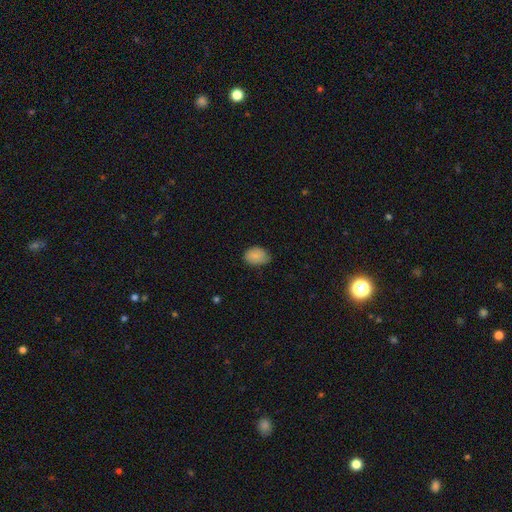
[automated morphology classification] Smooth or featured? Predicted: smooth (p=0.85). How rounded? Predicted: in between (p=0.80). Merging? Predicted: none (p=0.67).